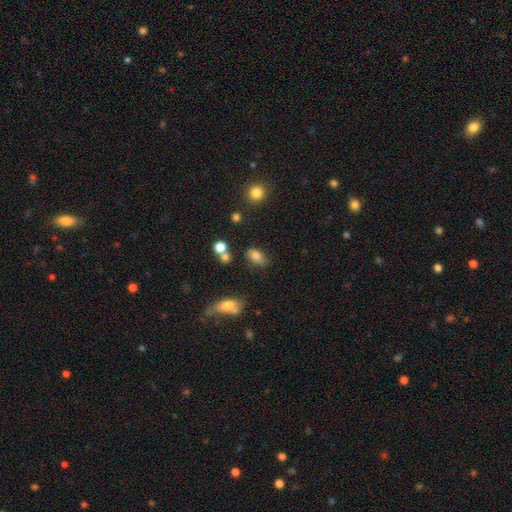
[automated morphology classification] A smooth galaxy with no disk features (79%) that is in between round and cigar-shaped (86%). Merging: none (66%).